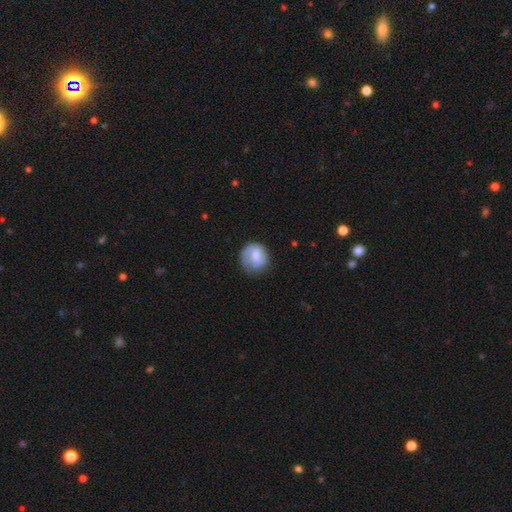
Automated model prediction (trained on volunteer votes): A smooth galaxy with no disk features (61%) that is round (80%). Merging: none (58%).